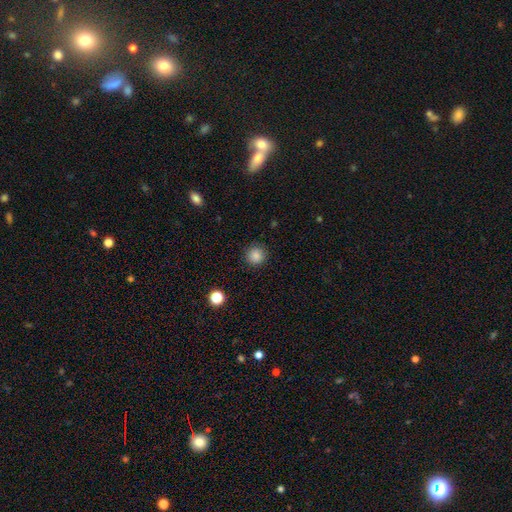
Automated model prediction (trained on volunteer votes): Smooth or featured? smooth (85%)
How rounded? round (94%)
Merging? none (89%)